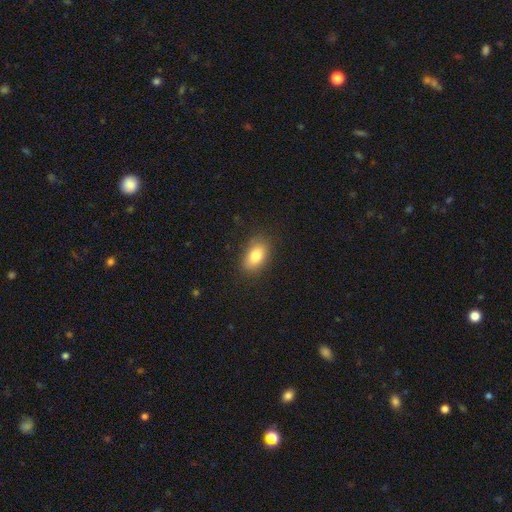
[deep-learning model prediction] The model was most divided on "smooth or featured": smooth: 81%, featured or disk: 11%, star or artifact: 8%. More confident: how rounded — in between (87%); merging — none (84%).